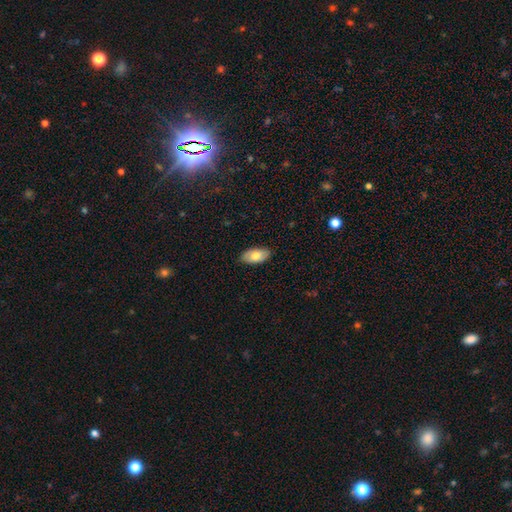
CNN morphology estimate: This is likely a smooth galaxy (75%). How rounded: clearly in between (94%). Merging: clearly none (87%).